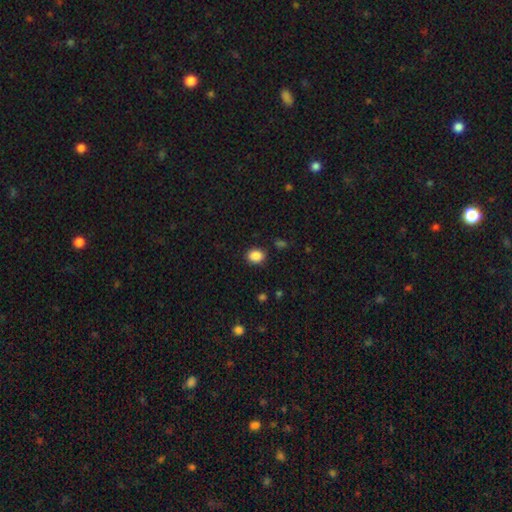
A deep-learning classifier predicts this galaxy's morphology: smooth-or-featured: smooth: 88% | star or artifact: 9% | featured or disk: 3%
  how-rounded: round: 52% | in between: 47% | cigar-shaped: 1%
  merging: none: 87% | minor disturbance: 9% | major disturbance: 3% | merger: 2%